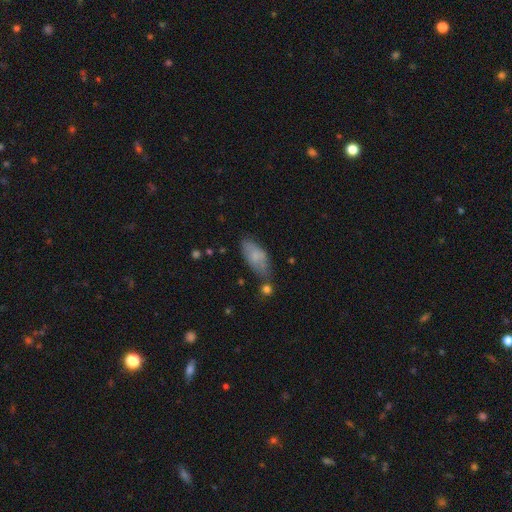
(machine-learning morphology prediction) smooth 73%, featured or disk 20%, star or artifact 7%. Down the decision tree: how rounded — in between (85%); merging — none (57%).